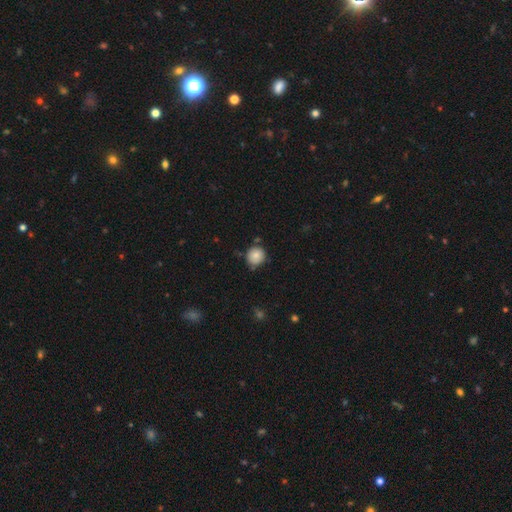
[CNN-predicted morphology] smooth_or_featured: smooth (p=0.83) [alt: star or artifact p=0.09]
how_rounded: round (p=0.91) [alt: in between p=0.08]
merging: none (p=0.74) [alt: minor disturbance p=0.18]